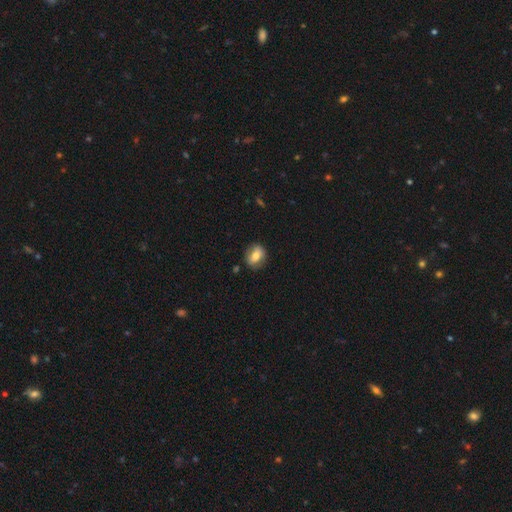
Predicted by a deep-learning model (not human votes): This is likely a smooth galaxy (68%). How rounded: possibly in between (56%). Merging: likely none (80%).